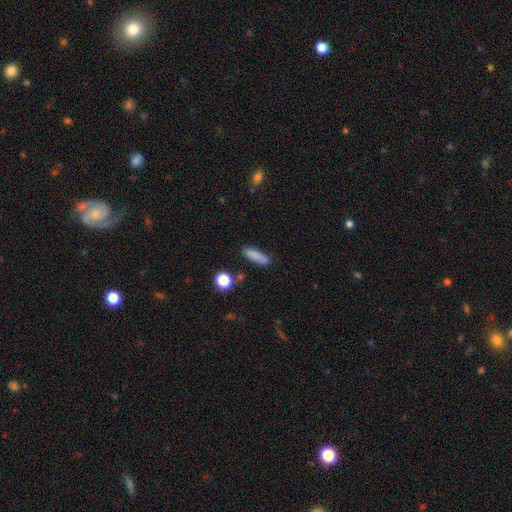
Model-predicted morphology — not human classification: Smooth or featured: smooth — 83% (star or artifact — 9%)
How rounded: cigar-shaped — 63% (in between — 34%)
Merging: none — 82% (minor disturbance — 12%)